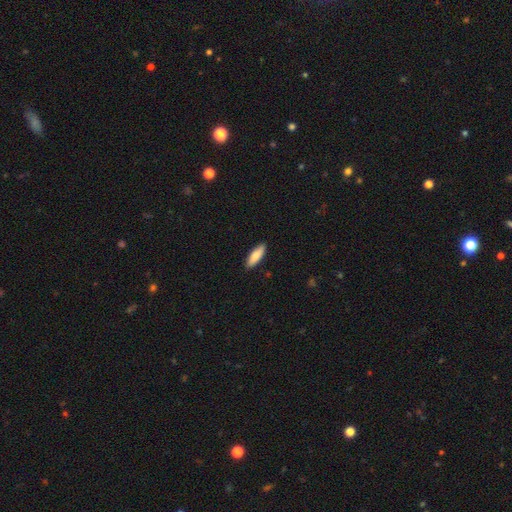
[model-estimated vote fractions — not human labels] Smooth or featured?
  - smooth: 82% *
  - featured or disk: 13%
  - star or artifact: 5%
How rounded?
  - in between: 52% *
  - cigar-shaped: 47%
  - round: 2%
Merging?
  - none: 89% *
  - minor disturbance: 8%
  - major disturbance: 2%
  - merger: 1%